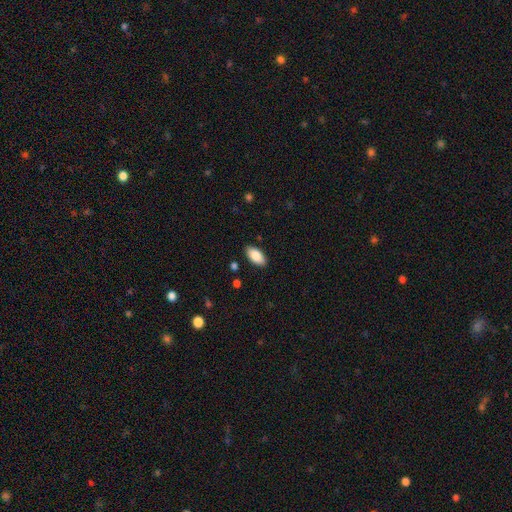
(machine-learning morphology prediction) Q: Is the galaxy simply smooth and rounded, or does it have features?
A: smooth — 86%.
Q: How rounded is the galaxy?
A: in between — 93%.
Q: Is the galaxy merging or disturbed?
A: none — 88%.